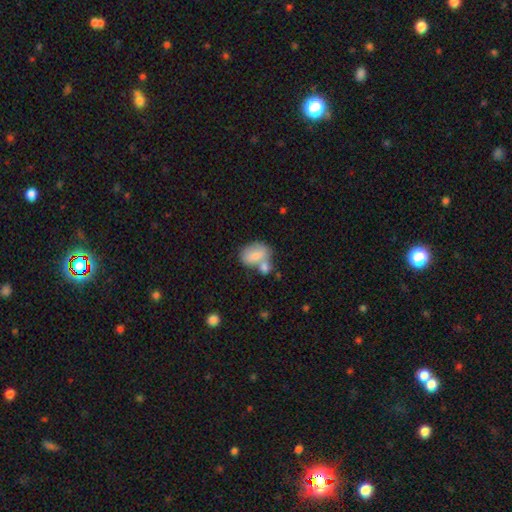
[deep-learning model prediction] Smooth or featured? smooth (77%)
How rounded? in between (76%)
Merging? merger (43%)